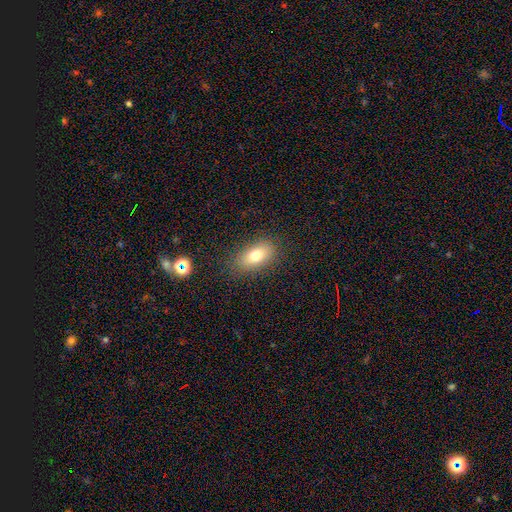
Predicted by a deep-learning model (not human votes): The model was most divided on "smooth or featured": smooth: 75%, featured or disk: 15%, star or artifact: 10%. More confident: how rounded — in between (86%); merging — none (84%).